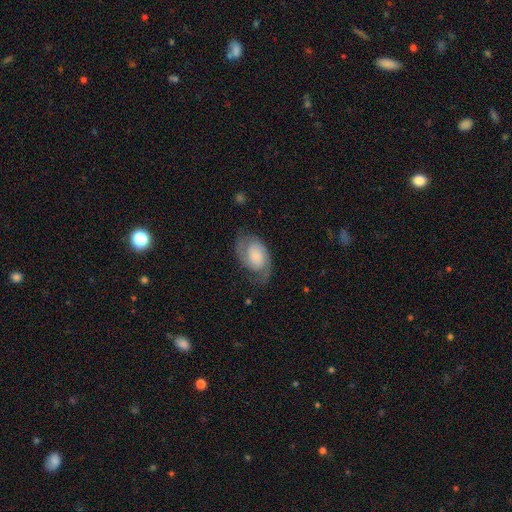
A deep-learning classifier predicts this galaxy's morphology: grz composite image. It shows a featured or disk galaxy (71%) with no bar (70%), 2 (87%) medium (44%) spiral arms (94%) and a small central bulge (33%). Merging: none (68%).